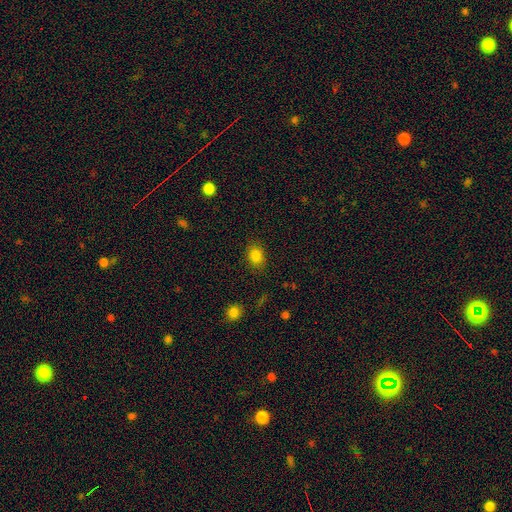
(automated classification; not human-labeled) Morphology: type=smooth (83%); roundness=in between (67%); merging=none (84%).